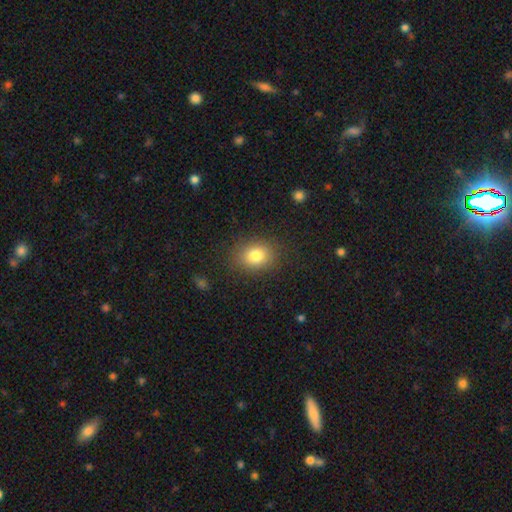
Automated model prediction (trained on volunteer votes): Smooth or featured? Predicted: smooth (p=0.81). How rounded? Predicted: in between (p=0.50). Merging? Predicted: none (p=0.85).